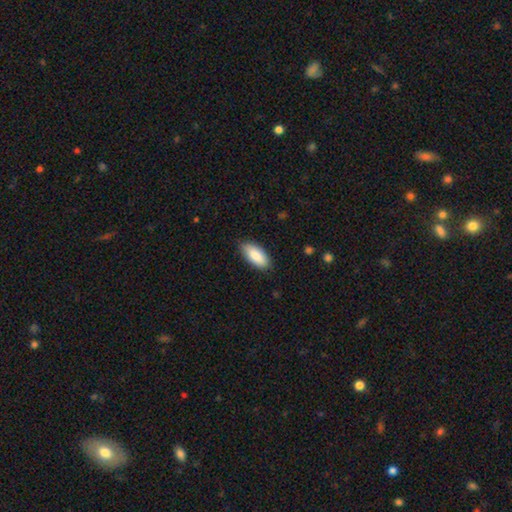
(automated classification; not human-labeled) The model was most divided on "merging": none: 85%, minor disturbance: 12%, major disturbance: 2%, merger: 1%. More confident: how rounded — in between (90%); smooth or featured — smooth (84%).